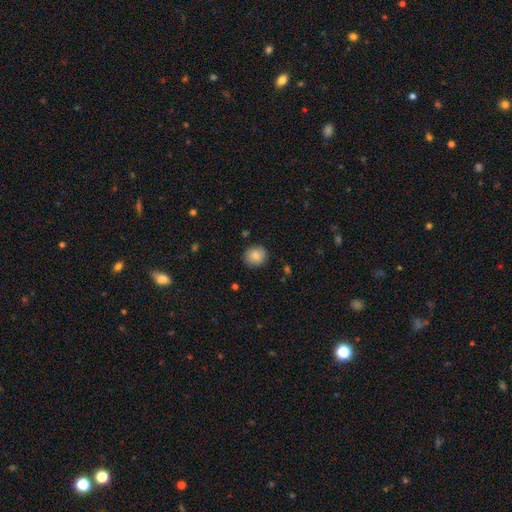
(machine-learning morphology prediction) A smooth galaxy with no disk features (86%) that is round (85%). Merging: none (89%).